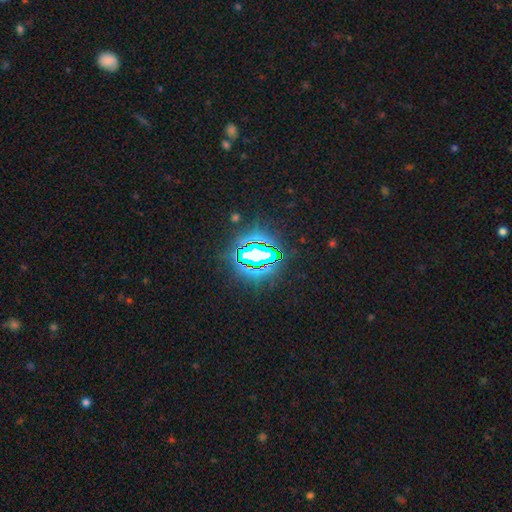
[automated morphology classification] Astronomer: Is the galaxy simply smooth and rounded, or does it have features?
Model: star or artifact — 76%.